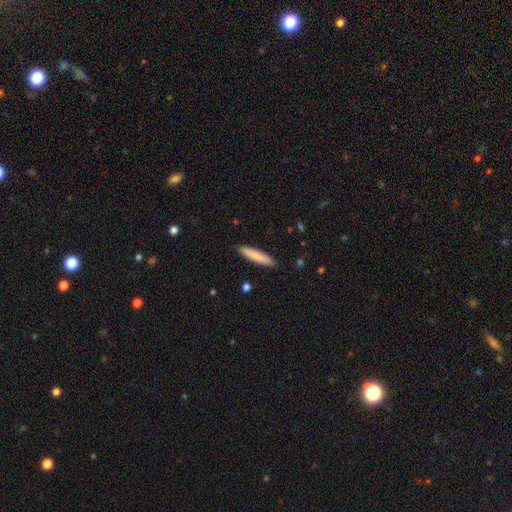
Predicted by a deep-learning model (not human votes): This is clearly a smooth galaxy (83%). How rounded: clearly cigar-shaped (90%). Merging: clearly none (89%).